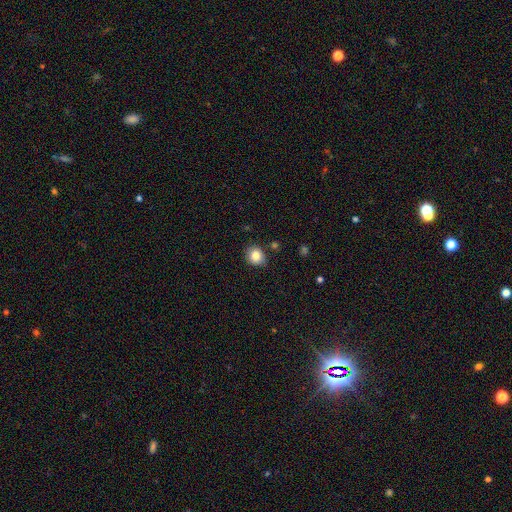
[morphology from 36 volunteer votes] type=smooth (89%); roundness=round (78%); merging=none (80%).